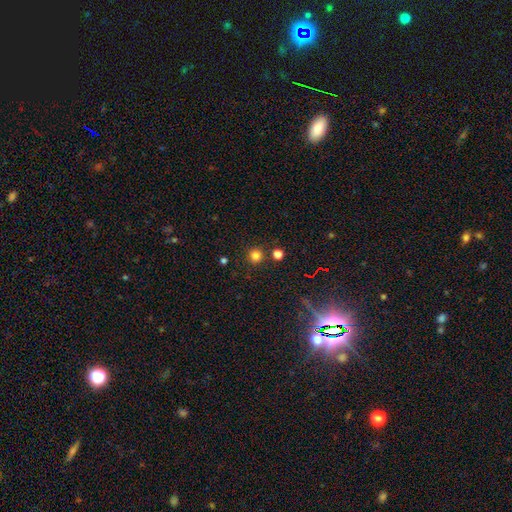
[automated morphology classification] smooth-or-featured: smooth: 80% | star or artifact: 15% | featured or disk: 5%
  how-rounded: round: 94% | in between: 5% | cigar-shaped: 1%
  merging: none: 85% | minor disturbance: 7% | merger: 5% | major disturbance: 3%